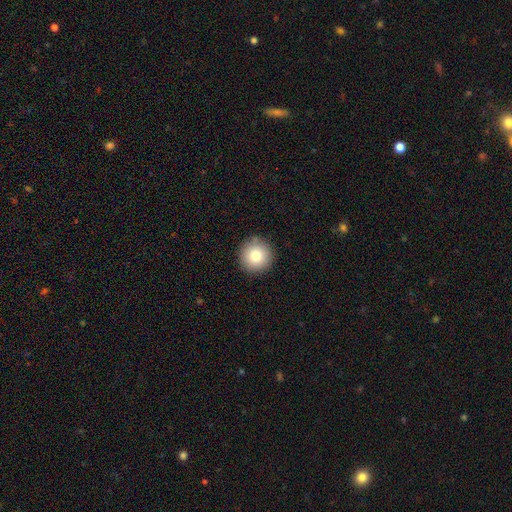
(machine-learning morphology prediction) Smooth or featured? smooth (81%)
How rounded? round (96%)
Merging? none (90%)